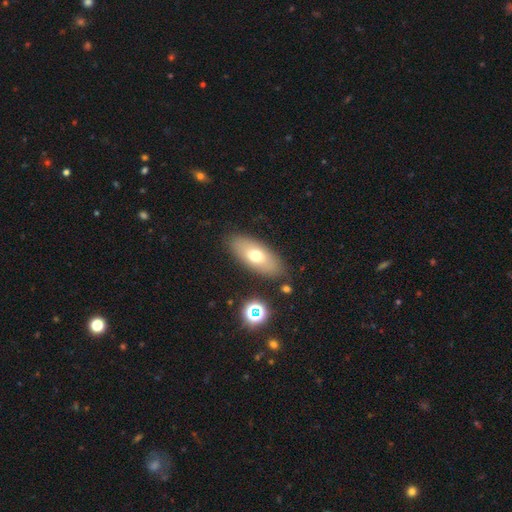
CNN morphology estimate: smooth-or-featured: smooth: 65% | featured or disk: 26% | star or artifact: 9%
  how-rounded: in between: 83% | cigar-shaped: 13% | round: 4%
  merging: none: 84% | minor disturbance: 10% | major disturbance: 3% | merger: 2%